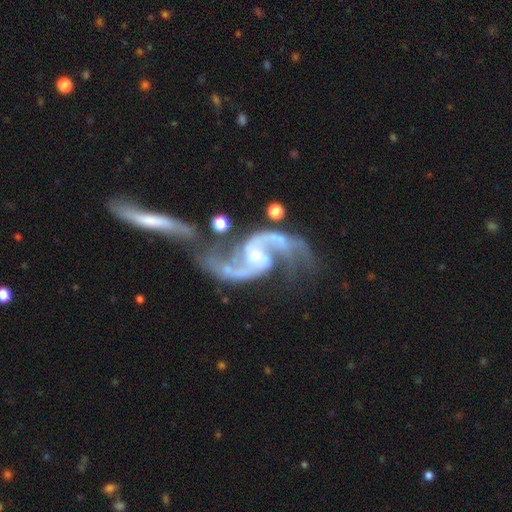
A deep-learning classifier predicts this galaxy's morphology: smooth-or-featured: featured or disk: 93% | star or artifact: 5% | smooth: 3%
  disk-edge-on: no: 98% | yes: 2%
    bar: weak: 44% | no: 42% | strong: 14%
    has-spiral-arms: yes: 98% | no: 2%
      spiral-winding: loose: 60% | medium: 34% | tight: 6%
      spiral-arm-count: 2: 93% | can't tell: 2% | 3: 2% | 1: 1% | 4: 1% | more than 4: 1%
    bulge-size: small: 53% | moderate: 34% | none: 8% | large: 3% | dominant: 1%
  merging: none: 40% | merger: 25% | major disturbance: 18% | minor disturbance: 17%